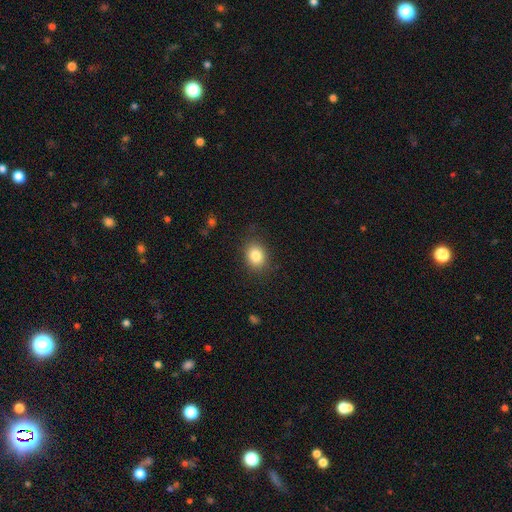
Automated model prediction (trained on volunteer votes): Overall: smooth (84%). How rounded: in between (51%; round 48%). Merging: none (85%).